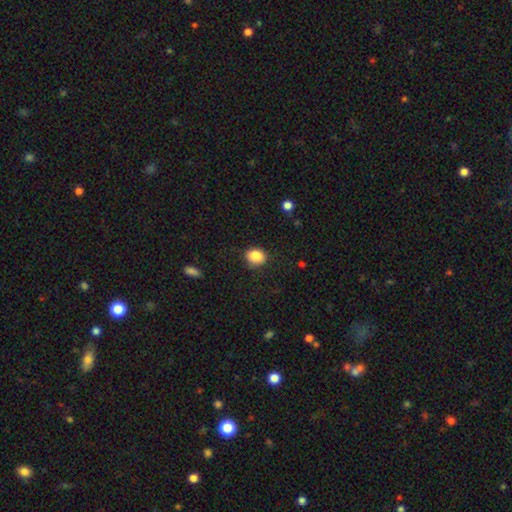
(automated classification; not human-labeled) This appears to be a smooth galaxy with no disk features (86%) that is round (64%). Merging: none (83%).